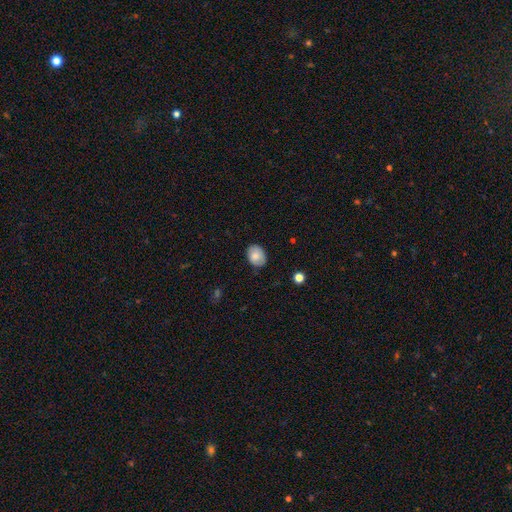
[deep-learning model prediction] Smooth or featured? smooth (79%)
How rounded? in between (66%)
Merging? none (82%)